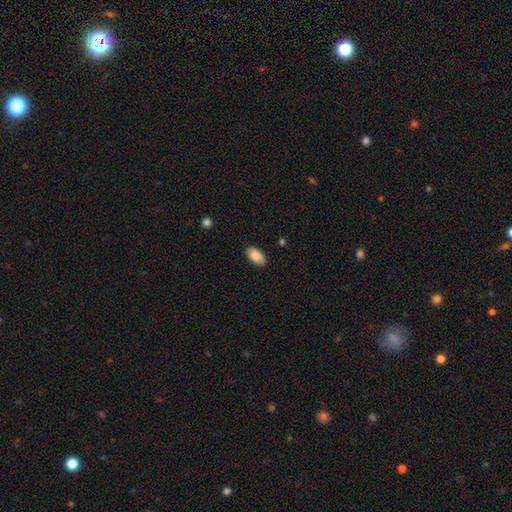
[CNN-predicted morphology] Overall: smooth (88%). How rounded: in between (94%). Merging: none (88%).